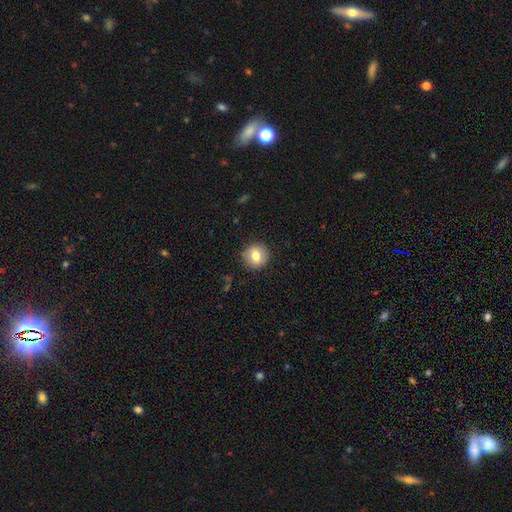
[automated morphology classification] Smooth or featured? smooth (77%)
How rounded? round (90%)
Merging? none (88%)